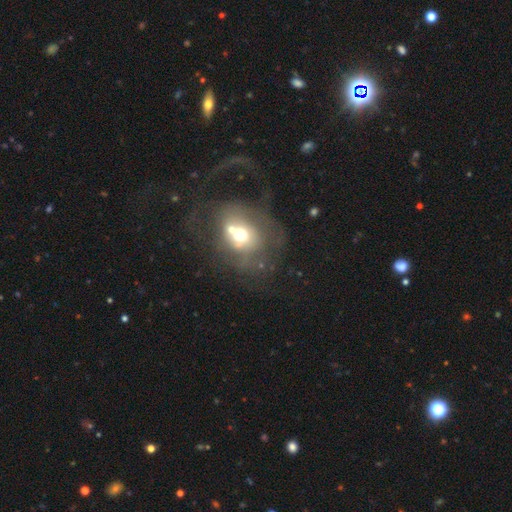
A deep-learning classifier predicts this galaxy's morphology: Smooth or featured?
  - featured or disk: 57% *
  - smooth: 26%
  - star or artifact: 17%
Edge-on disk?
  - no: 94% *
  - yes: 6%
Bar?
  - no: 57% *
  - weak: 30%
  - strong: 13%
Spiral arms?
  - yes: 59% *
  - no: 41%
Bulge size?
  - moderate: 61% *
  - large: 18%
  - small: 16%
  - dominant: 3%
  - none: 2%
Merging?
  - none: 60% *
  - major disturbance: 21%
  - minor disturbance: 16%
  - merger: 3%